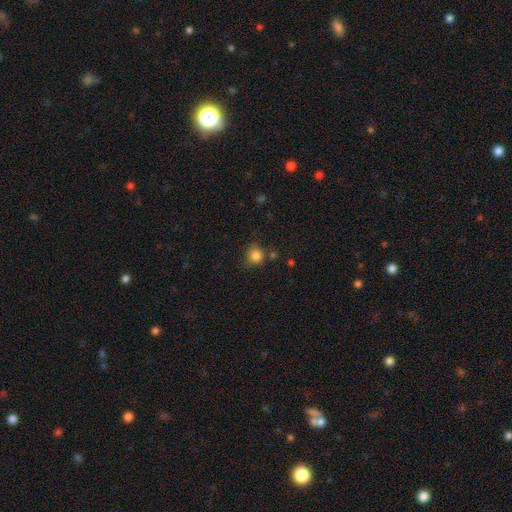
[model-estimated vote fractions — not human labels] A smooth galaxy with no disk features (83%) that is round (90%). Merging: none (77%).